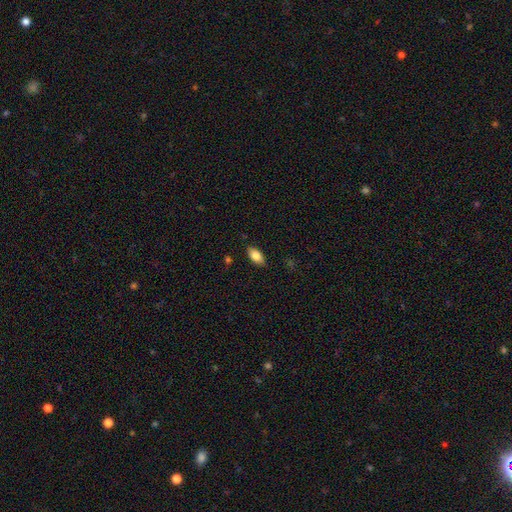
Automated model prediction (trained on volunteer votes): A smooth galaxy with no disk features (81%) that is in between round and cigar-shaped (92%). Merging: none (87%).